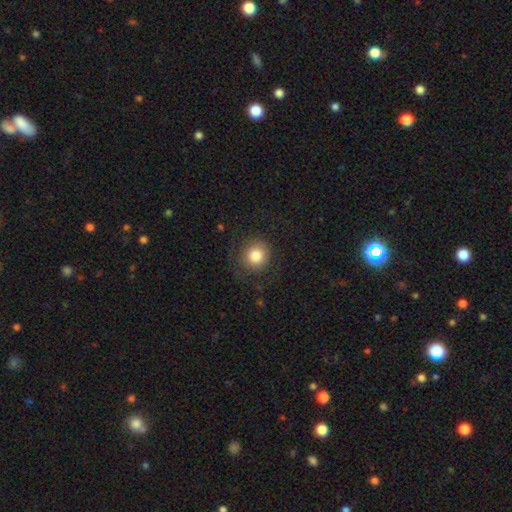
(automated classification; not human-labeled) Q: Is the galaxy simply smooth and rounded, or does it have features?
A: smooth — 81%.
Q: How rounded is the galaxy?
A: round — 92%.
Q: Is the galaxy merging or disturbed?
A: none — 77%.